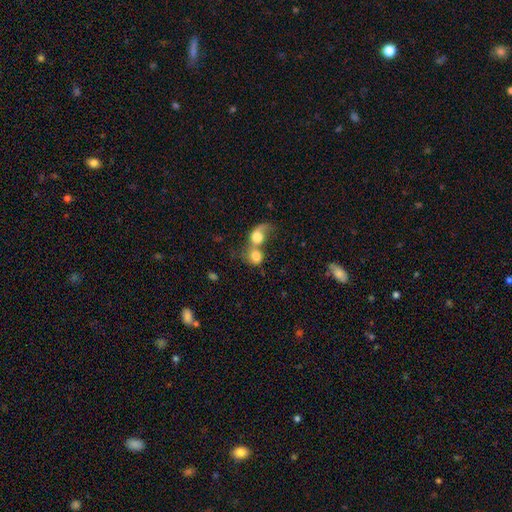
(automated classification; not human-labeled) This is likely a smooth galaxy (70%). How rounded: likely round (66%). Merging: likely merger (76%).